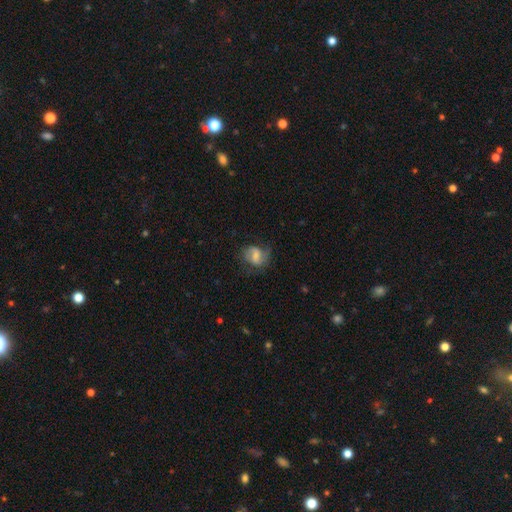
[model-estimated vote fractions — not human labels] A smooth galaxy with no disk features (48%).

Vote fractions:
- Smooth or featured? smooth: 48% / featured or disk: 43% / star or artifact: 9%
- Merging? none: 51% / minor disturbance: 27% / major disturbance: 20% / merger: 2%